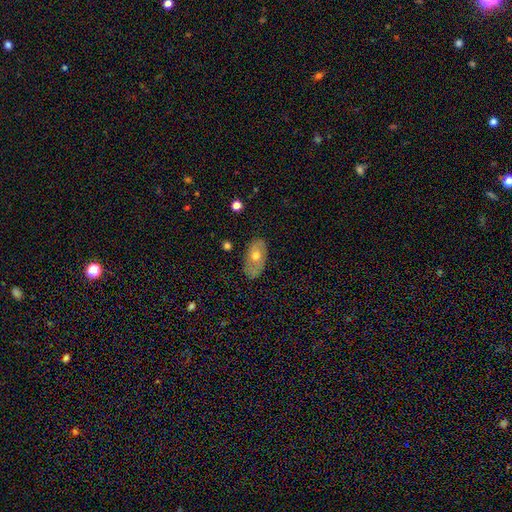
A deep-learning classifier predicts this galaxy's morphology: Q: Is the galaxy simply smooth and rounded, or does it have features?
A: smooth — 54%.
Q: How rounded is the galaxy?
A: in between — 91%.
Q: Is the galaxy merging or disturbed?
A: none — 78%.